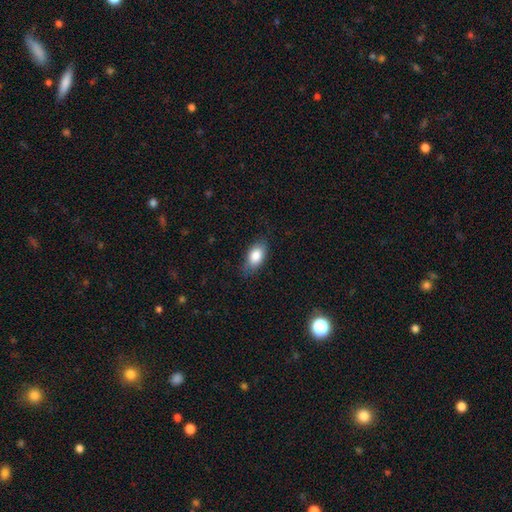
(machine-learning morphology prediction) Smooth or featured?
  - smooth: 84% *
  - featured or disk: 9%
  - star or artifact: 7%
How rounded?
  - in between: 89% *
  - round: 6%
  - cigar-shaped: 5%
Merging?
  - none: 78% *
  - minor disturbance: 17%
  - major disturbance: 4%
  - merger: 1%